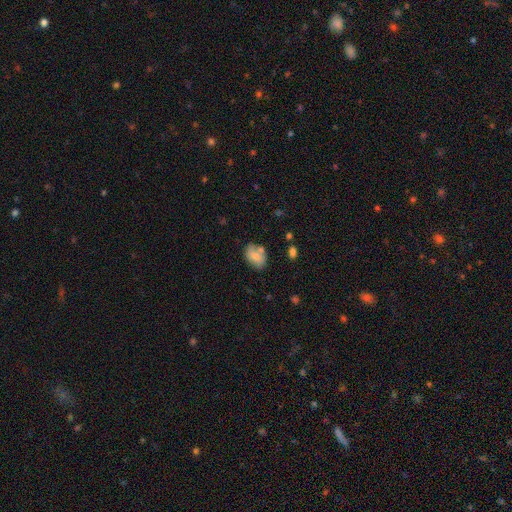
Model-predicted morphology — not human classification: Smooth or featured?
  - smooth: 74% *
  - featured or disk: 18%
  - star or artifact: 8%
How rounded?
  - in between: 81% *
  - round: 17%
  - cigar-shaped: 2%
Merging?
  - none: 61% *
  - minor disturbance: 19%
  - merger: 14%
  - major disturbance: 5%